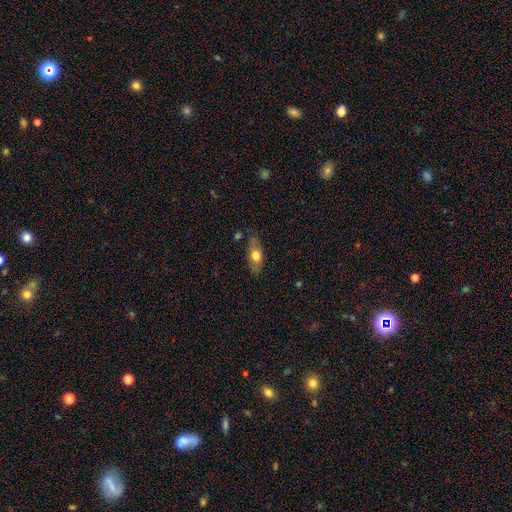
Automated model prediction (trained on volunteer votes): Smooth or featured? smooth (62%)
How rounded? in between (71%)
Merging? none (70%)